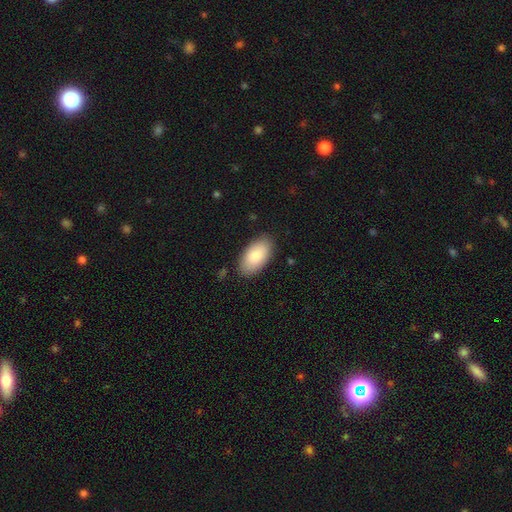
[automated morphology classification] This appears to be a smooth galaxy with no disk features (84%) that is in between round and cigar-shaped (95%). Merging: none (85%).